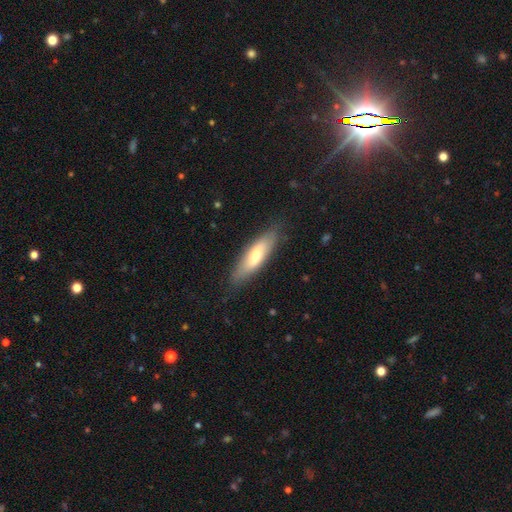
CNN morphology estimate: Q: Smooth or featured?
A: smooth (63%); runner-up: featured or disk (31%)
Q: How rounded?
A: cigar-shaped (54%); runner-up: in between (45%)
Q: Merging?
A: none (79%); runner-up: minor disturbance (16%)